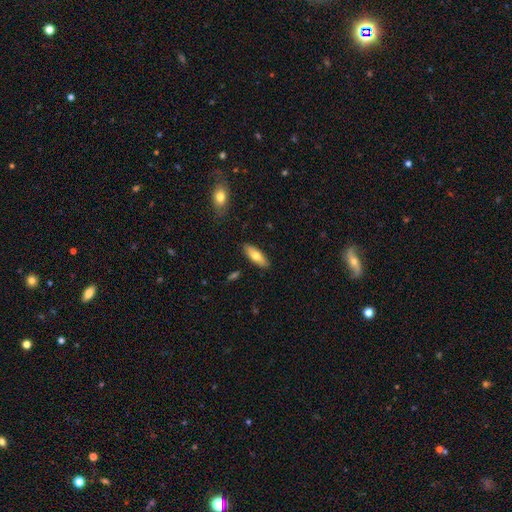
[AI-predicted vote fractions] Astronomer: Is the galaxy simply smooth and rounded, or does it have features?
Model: smooth — 70%.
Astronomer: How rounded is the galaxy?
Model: in between — 66%.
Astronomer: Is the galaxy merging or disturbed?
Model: none — 87%.